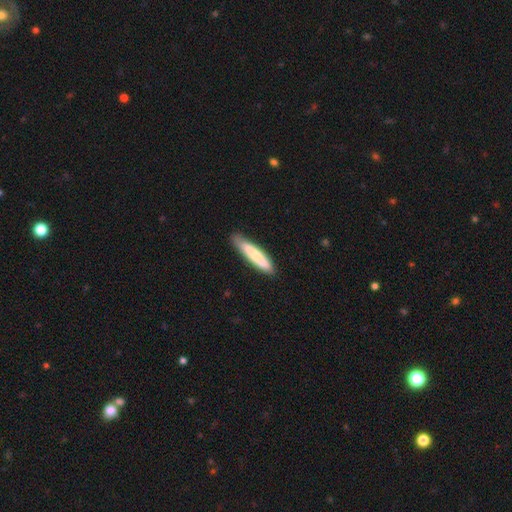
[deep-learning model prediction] Q: Smooth or featured?
A: smooth (71%); runner-up: featured or disk (24%)
Q: How rounded?
A: cigar-shaped (87%); runner-up: in between (12%)
Q: Merging?
A: none (81%); runner-up: minor disturbance (15%)